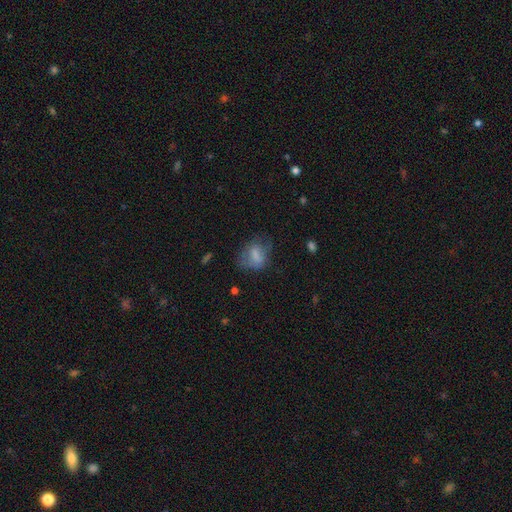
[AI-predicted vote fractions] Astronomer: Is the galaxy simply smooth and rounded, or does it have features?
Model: smooth — 66%.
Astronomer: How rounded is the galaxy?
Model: in between — 64%.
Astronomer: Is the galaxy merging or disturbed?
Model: none — 46% (runner-up: minor disturbance, 28%).